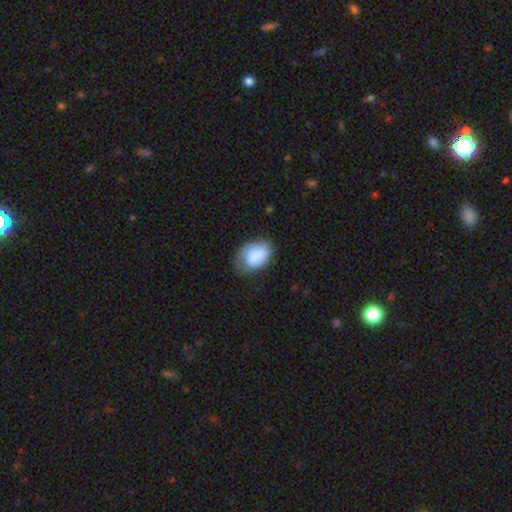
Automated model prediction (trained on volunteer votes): smooth-or-featured: smooth: 82% | featured or disk: 11% | star or artifact: 7%
  how-rounded: in between: 76% | round: 23% | cigar-shaped: 1%
  merging: none: 54% | minor disturbance: 34% | major disturbance: 11% | merger: 2%